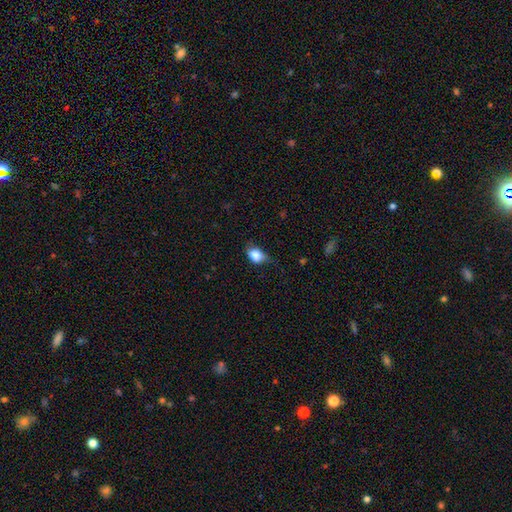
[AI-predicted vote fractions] A smooth galaxy with no disk features (83%) that is in between round and cigar-shaped (74%). Merging: none (46%).